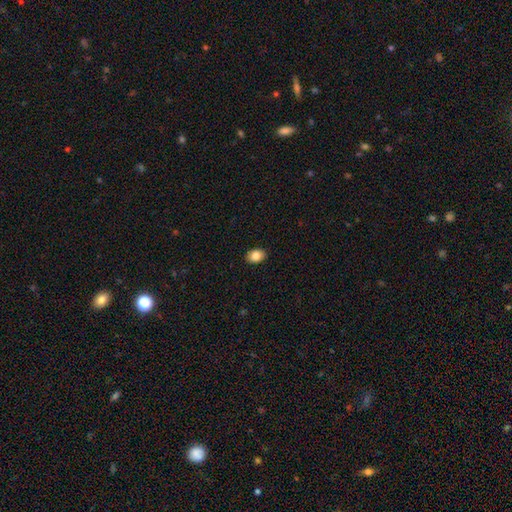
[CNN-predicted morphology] type=smooth (85%); roundness=in between (73%); merging=none (90%).